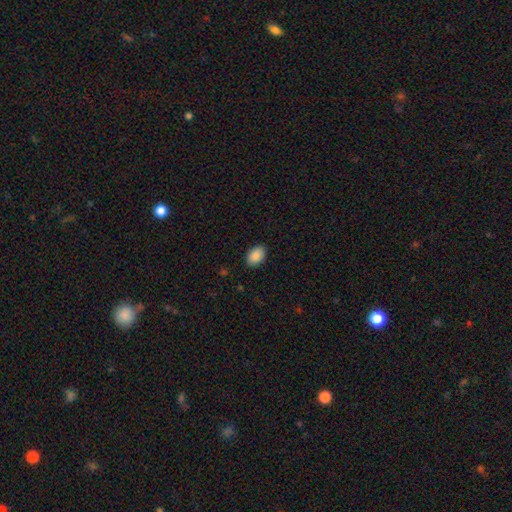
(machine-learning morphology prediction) Q: Smooth or featured?
A: smooth (89%); runner-up: star or artifact (7%)
Q: How rounded?
A: in between (86%); runner-up: round (13%)
Q: Merging?
A: none (89%); runner-up: minor disturbance (8%)